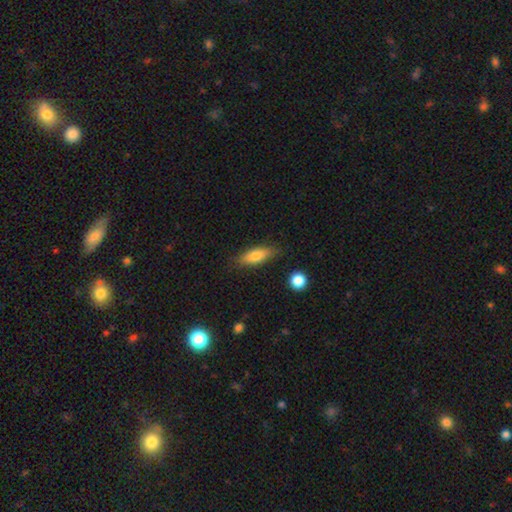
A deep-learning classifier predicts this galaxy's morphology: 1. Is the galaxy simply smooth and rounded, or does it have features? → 75% smooth, 18% featured or disk, 7% star or artifact.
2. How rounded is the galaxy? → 64% in between, 33% cigar-shaped, 3% round.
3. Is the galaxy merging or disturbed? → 79% none, 16% minor disturbance, 3% major disturbance, 2% merger.